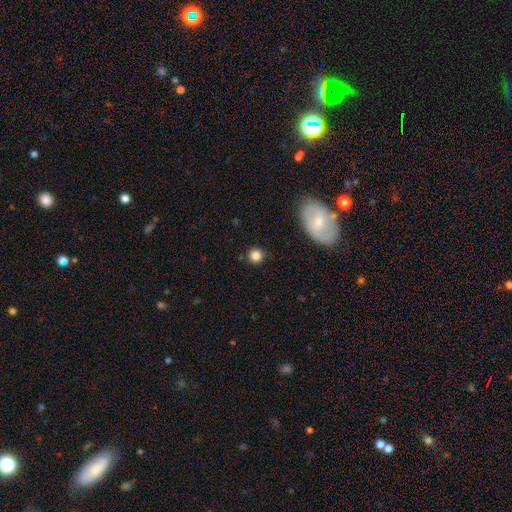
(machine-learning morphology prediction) smooth_or_featured: smooth (p=0.83) [alt: star or artifact p=0.11]
how_rounded: round (p=0.93) [alt: in between p=0.06]
merging: none (p=0.87) [alt: minor disturbance p=0.08]